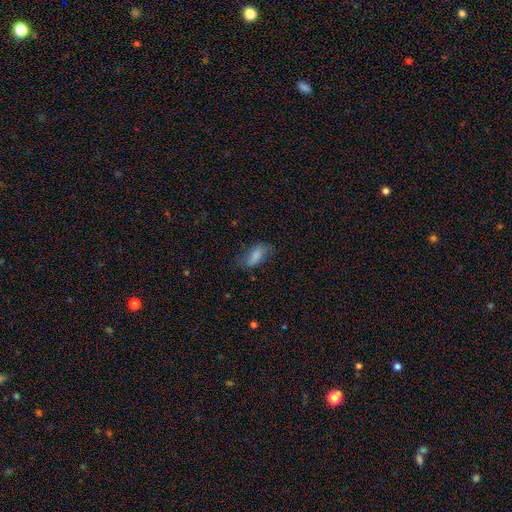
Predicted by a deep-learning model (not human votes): smooth-or-featured: smooth: 72% | featured or disk: 19% | star or artifact: 9%
  how-rounded: in between: 86% | cigar-shaped: 11% | round: 3%
  merging: none: 56% | minor disturbance: 28% | major disturbance: 14% | merger: 2%